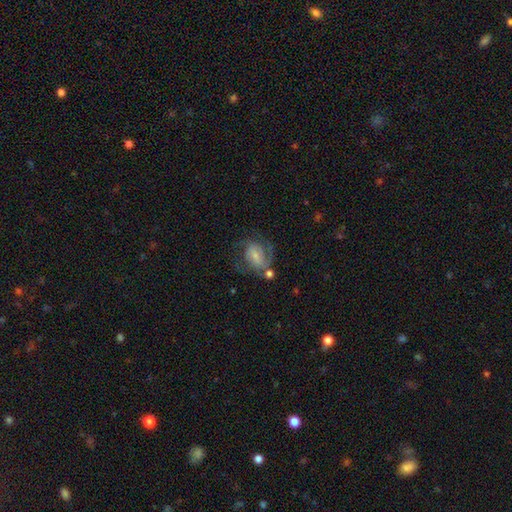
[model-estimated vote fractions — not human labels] smooth_or_featured: featured or disk (p=0.65) [alt: smooth p=0.28]
disk_edge_on: no (p=0.97) [alt: yes p=0.03]
bar: weak (p=0.46) [alt: no p=0.37]
has_spiral_arms: yes (p=0.84) [alt: no p=0.16]
spiral_winding: medium (p=0.47) [alt: tight p=0.31]
spiral_arm_count: 2 (p=0.52) [alt: can't tell p=0.20]
bulge_size: small (p=0.57) [alt: moderate p=0.26]
merging: none (p=0.46) [alt: major disturbance p=0.23]